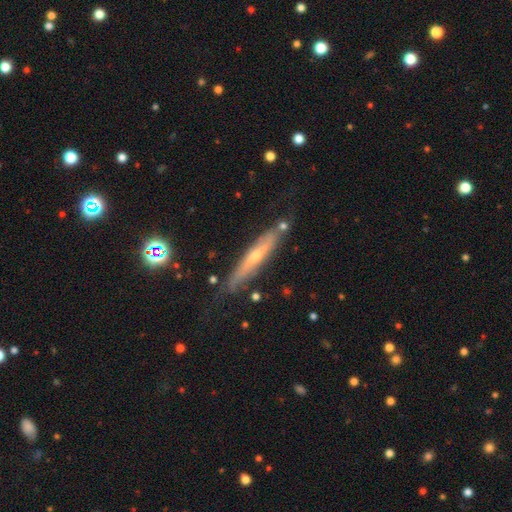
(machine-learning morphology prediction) Smooth or featured? featured or disk (60%)
Edge-on disk? yes (83%)
Edge-on bulge? rounded (59%)
Merging? none (73%)